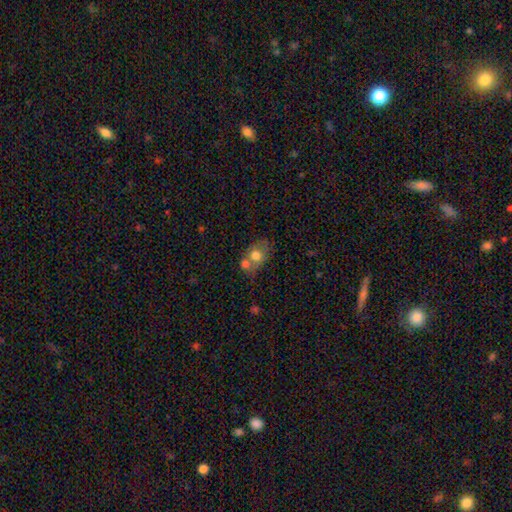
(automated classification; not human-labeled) smooth-or-featured: smooth: 69% | featured or disk: 22% | star or artifact: 9%
  how-rounded: in between: 58% | round: 40% | cigar-shaped: 1%
  merging: merger: 41% | none: 40% | minor disturbance: 14% | major disturbance: 5%